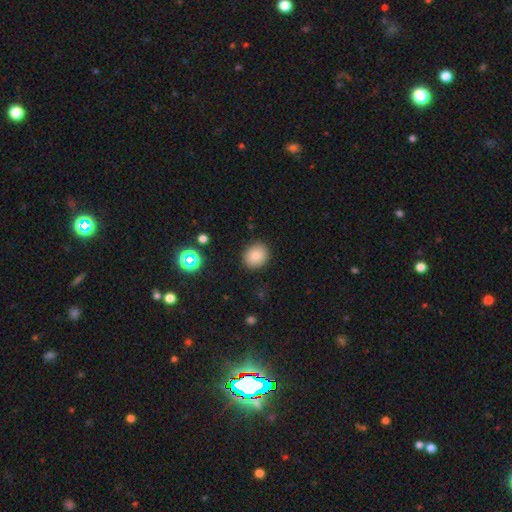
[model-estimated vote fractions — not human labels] Smooth or featured?
  - smooth: 82% *
  - star or artifact: 11%
  - featured or disk: 7%
How rounded?
  - round: 75% *
  - in between: 24%
  - cigar-shaped: 1%
Merging?
  - none: 88% *
  - minor disturbance: 8%
  - major disturbance: 2%
  - merger: 1%